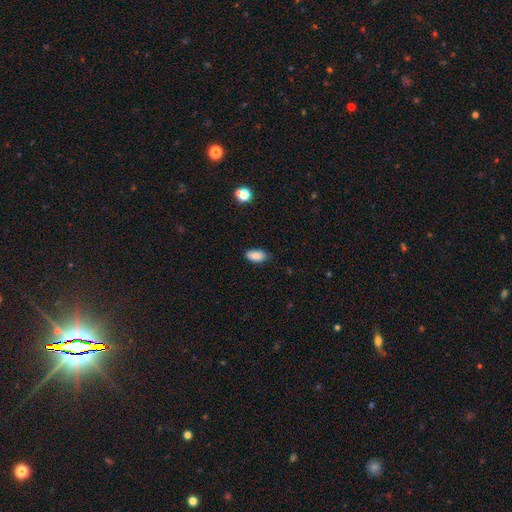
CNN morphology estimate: type=smooth (87%); roundness=in between (93%); merging=none (82%).